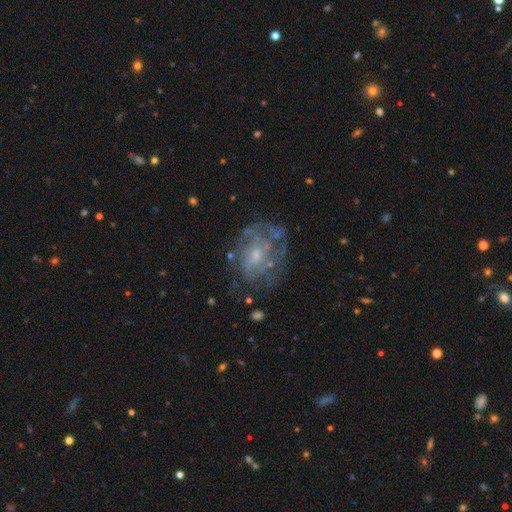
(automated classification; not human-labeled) A featured or disk galaxy (73%) with no bar (67%), spiral arms (57%) and a small central bulge (60%).

Vote fractions:
- Smooth or featured? featured or disk: 73% / smooth: 18% / star or artifact: 10%
- Edge-on disk? no: 98% / yes: 2%
- Bar? no: 67% / weak: 29% / strong: 4%
- Spiral arms? yes: 57% / no: 43%
- Bulge size? small: 60% / moderate: 26% / none: 11% / large: 2% / dominant: 1%
- Merging? none: 58% / minor disturbance: 20% / major disturbance: 19% / merger: 3%